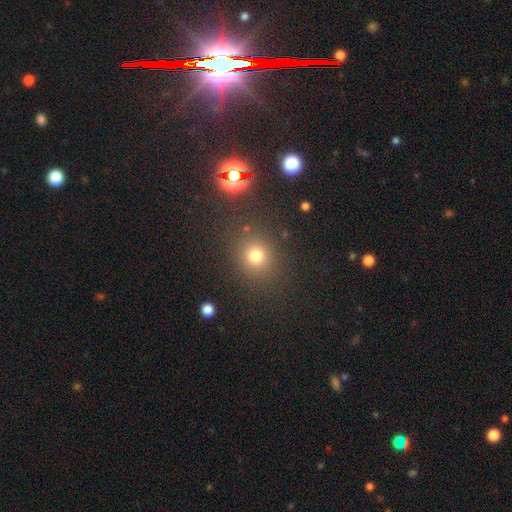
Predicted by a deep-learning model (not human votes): Q: Smooth or featured?
A: smooth (74%); runner-up: star or artifact (19%)
Q: How rounded?
A: round (84%); runner-up: in between (15%)
Q: Merging?
A: none (83%); runner-up: minor disturbance (9%)